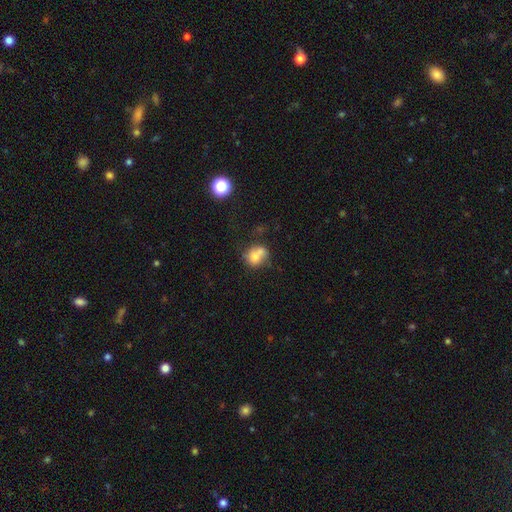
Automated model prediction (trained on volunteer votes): Smooth or featured? smooth (69%)
How rounded? round (61%)
Merging? merger (44%)